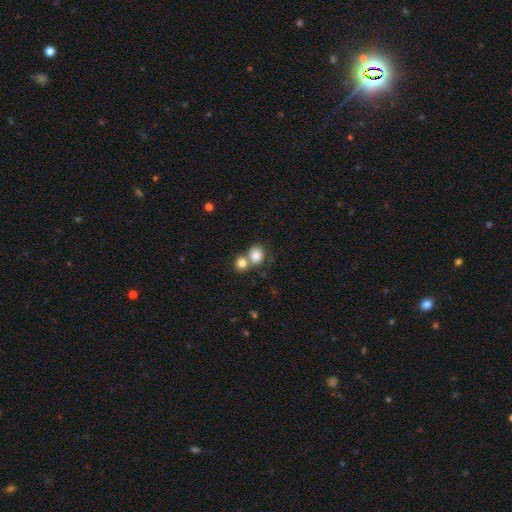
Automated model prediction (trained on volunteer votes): Smooth or featured?
  - smooth: 83% *
  - star or artifact: 9%
  - featured or disk: 8%
How rounded?
  - round: 71% *
  - in between: 28%
  - cigar-shaped: 1%
Merging?
  - merger: 48% *
  - none: 40%
  - minor disturbance: 8%
  - major disturbance: 4%